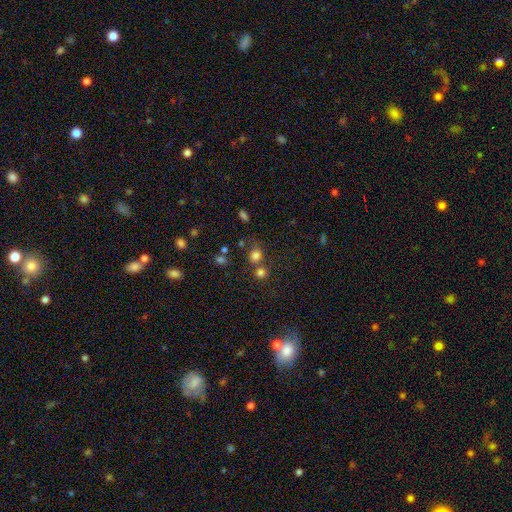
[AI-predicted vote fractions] The model was most divided on "merging": none: 59%, merger: 25%, minor disturbance: 10%, major disturbance: 5%. More confident: how rounded — round (78%); smooth or featured — smooth (77%).